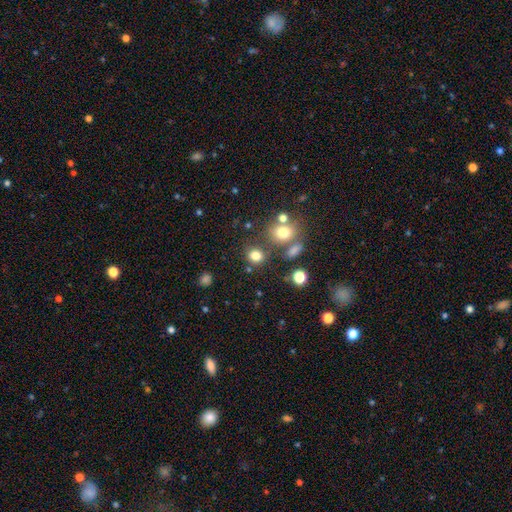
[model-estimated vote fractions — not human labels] Smooth or featured: smooth — 77% (star or artifact — 16%)
How rounded: round — 73% (in between — 26%)
Merging: none — 70% (merger — 14%)